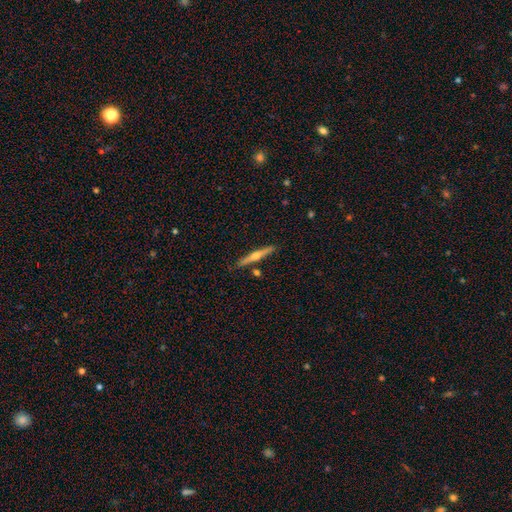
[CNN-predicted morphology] Overall: featured or disk (69%). Edge-on disk: yes (97%). Edge-on bulge: rounded (91%). Merging: none (88%).